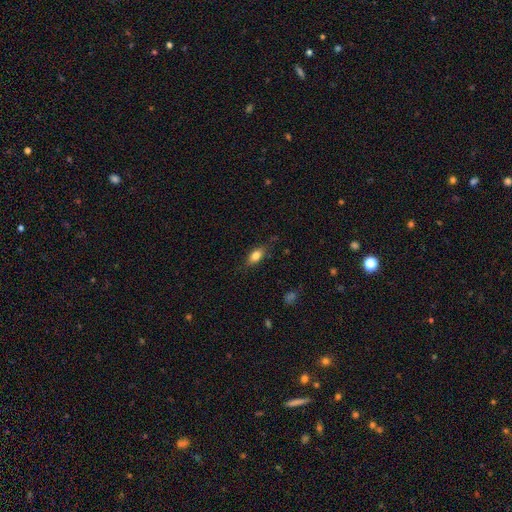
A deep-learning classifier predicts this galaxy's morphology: Smooth or featured? Predicted: smooth (p=0.82). How rounded? Predicted: in between (p=0.85). Merging? Predicted: none (p=0.79).